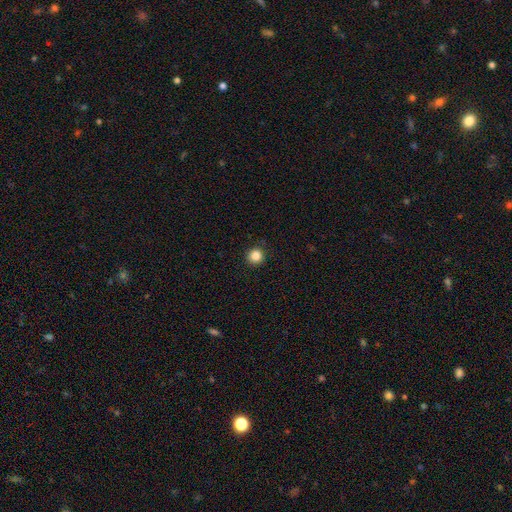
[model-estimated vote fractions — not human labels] This is clearly a smooth galaxy (85%). How rounded: clearly round (95%). Merging: clearly none (92%).